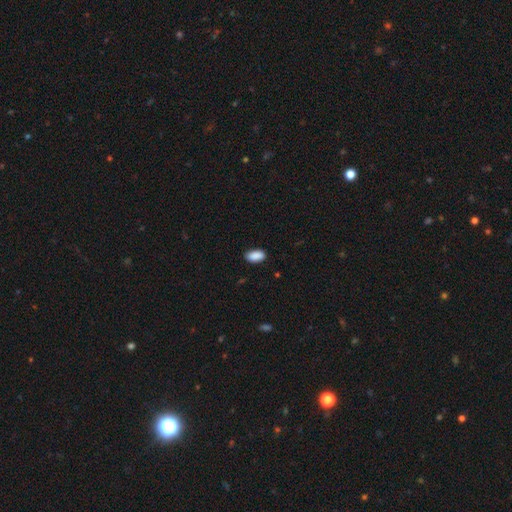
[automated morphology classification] Smooth or featured?
  - smooth: 90% *
  - star or artifact: 7%
  - featured or disk: 3%
How rounded?
  - in between: 93% *
  - cigar-shaped: 4%
  - round: 3%
Merging?
  - none: 84% *
  - minor disturbance: 13%
  - major disturbance: 2%
  - merger: 1%